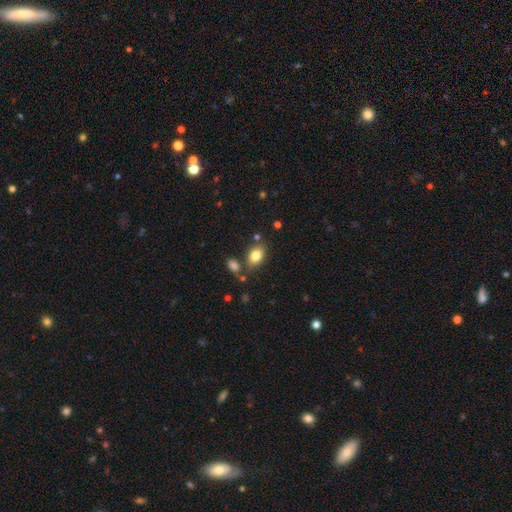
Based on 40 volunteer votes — Smooth or featured?
  - smooth: 90% *
  - featured or disk: 8%
  - star or artifact: 2%
How rounded?
  - in between: 94% *
  - round: 6%
  - cigar-shaped: 0%
Merging?
  - none: 69% *
  - minor disturbance: 15%
  - merger: 13%
  - major disturbance: 3%